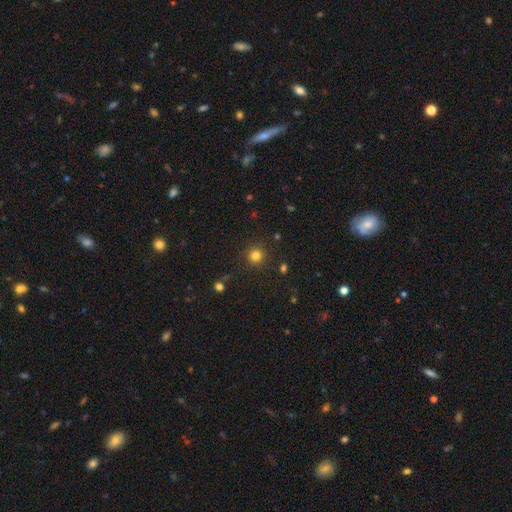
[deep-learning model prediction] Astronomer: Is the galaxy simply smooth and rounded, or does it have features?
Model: smooth — 80%.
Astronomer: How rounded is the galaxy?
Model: round — 94%.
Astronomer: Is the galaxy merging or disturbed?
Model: none — 89%.